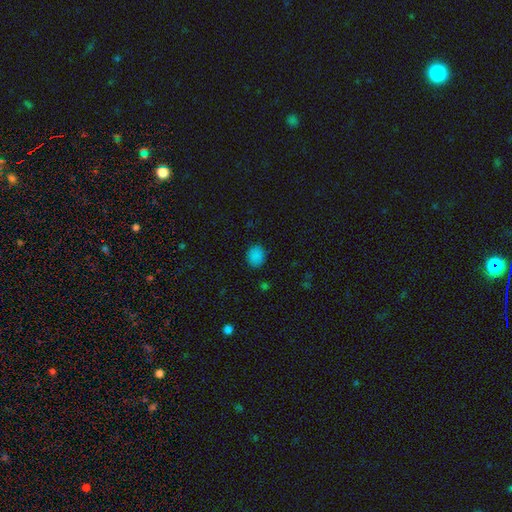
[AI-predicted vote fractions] Smooth or featured? Predicted: smooth (p=0.84). How rounded? Predicted: round (p=0.62). Merging? Predicted: none (p=0.87).